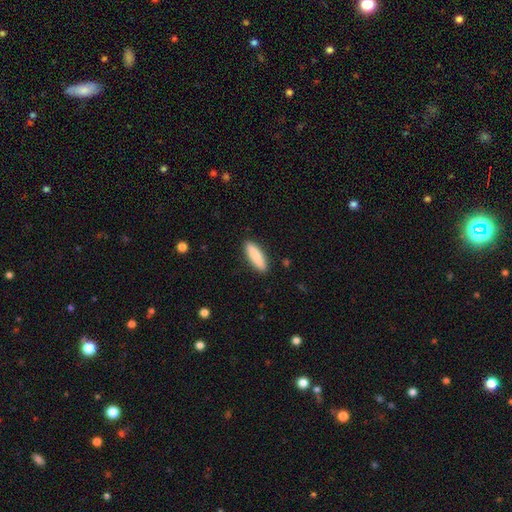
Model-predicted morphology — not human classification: type=smooth (86%); roundness=cigar-shaped (63%); merging=none (90%).